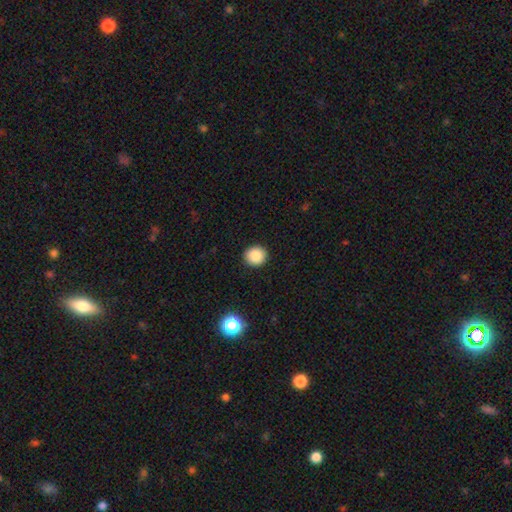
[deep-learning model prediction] The model was most divided on "smooth or featured": smooth: 87%, star or artifact: 10%, featured or disk: 4%. More confident: merging — none (92%); how rounded — round (88%).